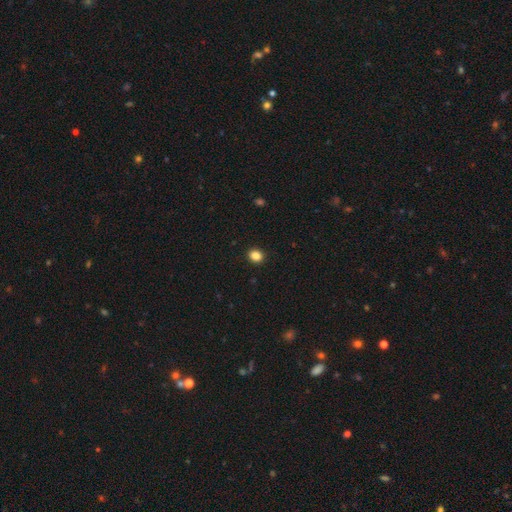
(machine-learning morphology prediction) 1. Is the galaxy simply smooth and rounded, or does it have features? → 86% smooth, 11% star or artifact, 3% featured or disk.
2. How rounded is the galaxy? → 65% round, 34% in between, 1% cigar-shaped.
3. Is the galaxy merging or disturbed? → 91% none, 6% minor disturbance, 2% major disturbance, 1% merger.